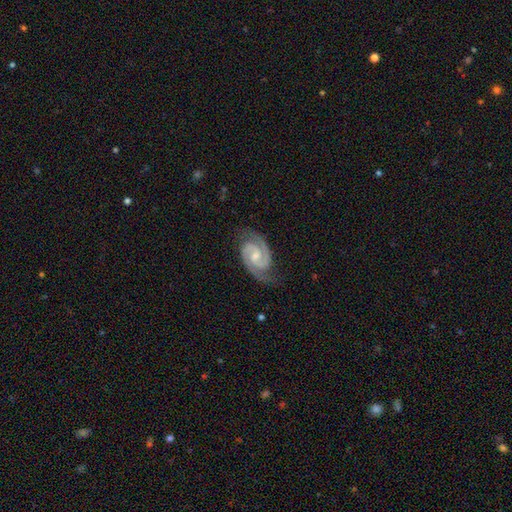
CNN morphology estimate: A featured or disk galaxy (93%) with a weak bar (45%), 2 (94%) tight (49%) spiral arms (99%) and a small central bulge (46%). Merging: none (78%).